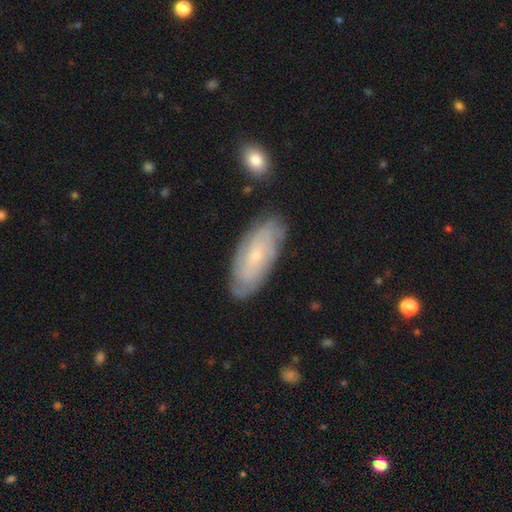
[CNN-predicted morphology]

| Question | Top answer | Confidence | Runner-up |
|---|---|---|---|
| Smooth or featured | featured or disk | 69% | smooth (25%) |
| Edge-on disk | no | 91% | yes (9%) |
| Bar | no | 69% | weak (26%) |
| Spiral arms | yes | 89% | no (11%) |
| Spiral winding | tight | 68% | medium (25%) |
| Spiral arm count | can't tell | 53% | 2 (17%) |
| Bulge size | small | 79% | moderate (17%) |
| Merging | none | 81% | minor disturbance (14%) |